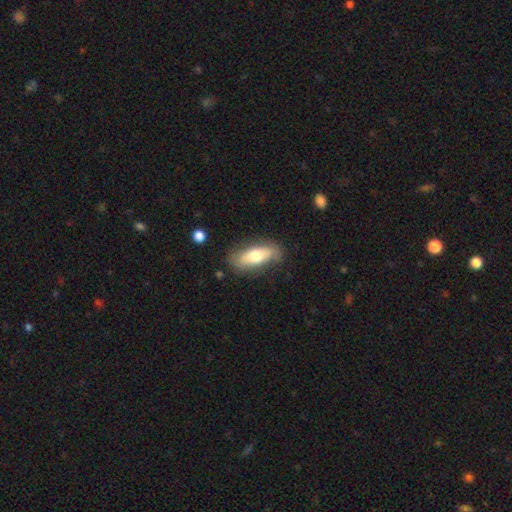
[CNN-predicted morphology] Smooth or featured? smooth (63%)
How rounded? in between (73%)
Merging? none (78%)